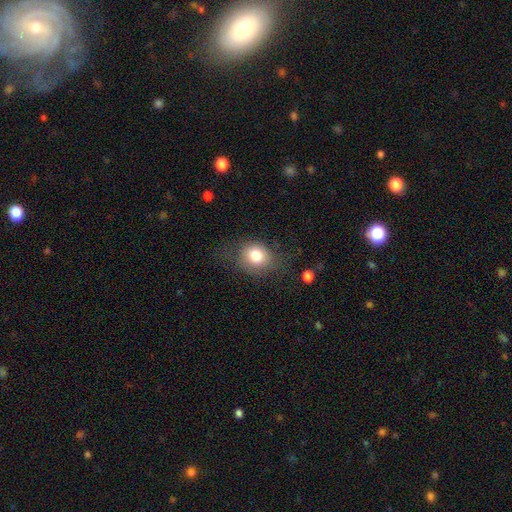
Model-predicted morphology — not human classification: smooth 79%, featured or disk 11%, star or artifact 10%. Down the decision tree: how rounded — round (61%); merging — none (67%).